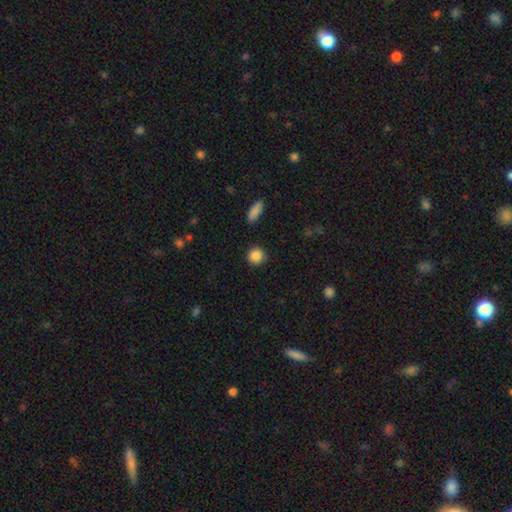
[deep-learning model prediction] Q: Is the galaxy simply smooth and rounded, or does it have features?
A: smooth — 88%.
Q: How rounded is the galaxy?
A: round — 92%.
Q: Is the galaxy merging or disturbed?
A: none — 90%.